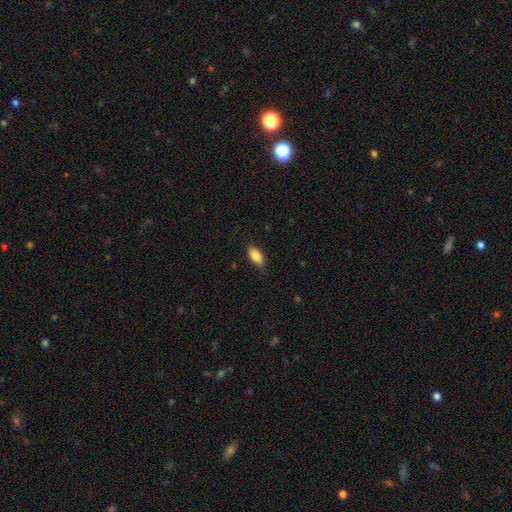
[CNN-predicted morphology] Smooth or featured: smooth — 85% (featured or disk — 8%)
How rounded: in between — 87% (cigar-shaped — 10%)
Merging: none — 82% (minor disturbance — 15%)